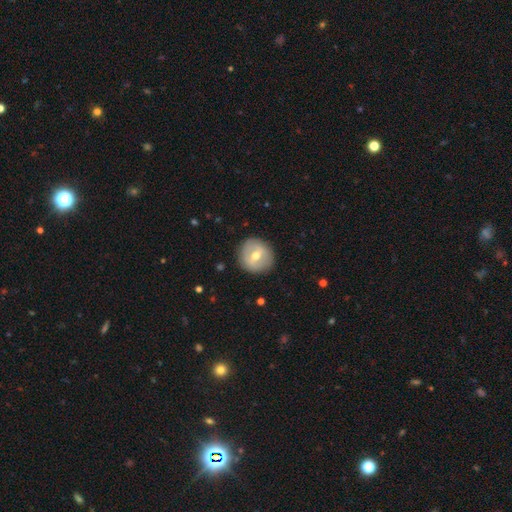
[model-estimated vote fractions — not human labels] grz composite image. It shows a smooth galaxy with no disk features (50%) that is round (92%). Merging: none (88%).